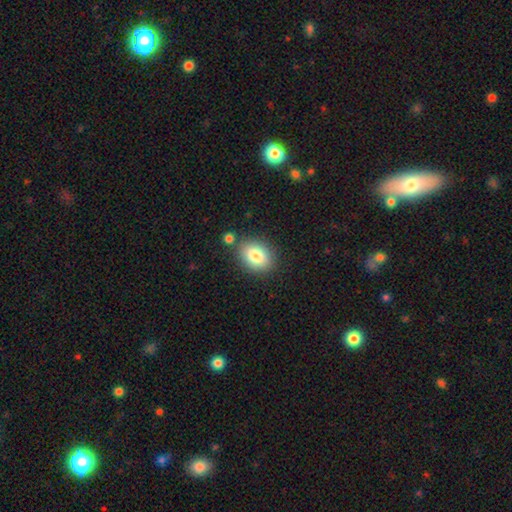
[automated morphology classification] smooth-or-featured: smooth: 82% | featured or disk: 9% | star or artifact: 8%
  how-rounded: in between: 71% | round: 28% | cigar-shaped: 1%
  merging: none: 78% | minor disturbance: 11% | merger: 8% | major disturbance: 3%